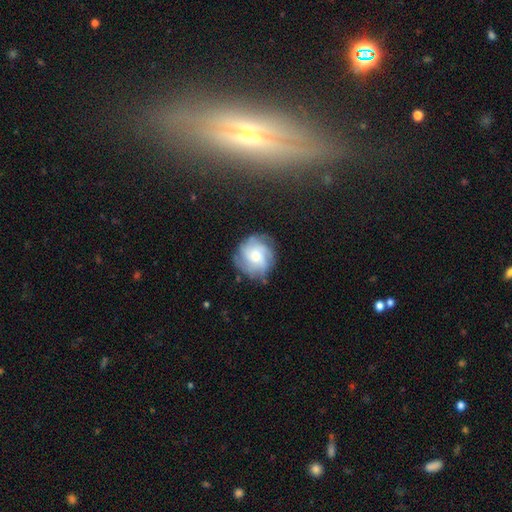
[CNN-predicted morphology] smooth_or_featured: featured or disk (p=0.65) [alt: smooth p=0.25]
disk_edge_on: no (p=0.97) [alt: yes p=0.03]
bar: no (p=0.72) [alt: weak p=0.24]
has_spiral_arms: yes (p=0.92) [alt: no p=0.08]
spiral_winding: tight (p=0.50) [alt: medium p=0.35]
spiral_arm_count: can't tell (p=0.32) [alt: 4 p=0.25]
bulge_size: moderate (p=0.51) [alt: small p=0.31]
merging: none (p=0.76) [alt: minor disturbance p=0.15]